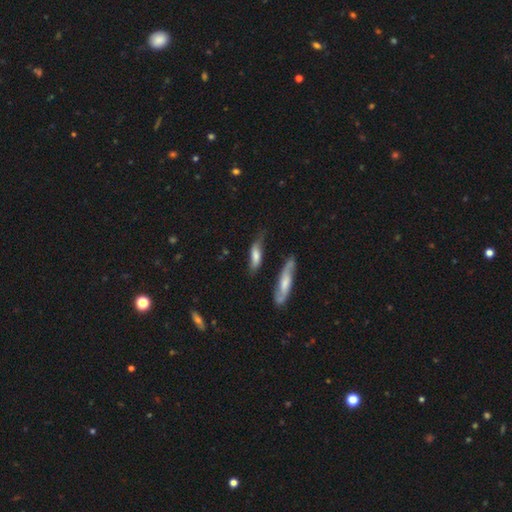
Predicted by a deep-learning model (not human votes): Smooth or featured: smooth — 58% (featured or disk — 35%)
How rounded: cigar-shaped — 49% (in between — 48%)
Merging: none — 52% (minor disturbance — 28%)